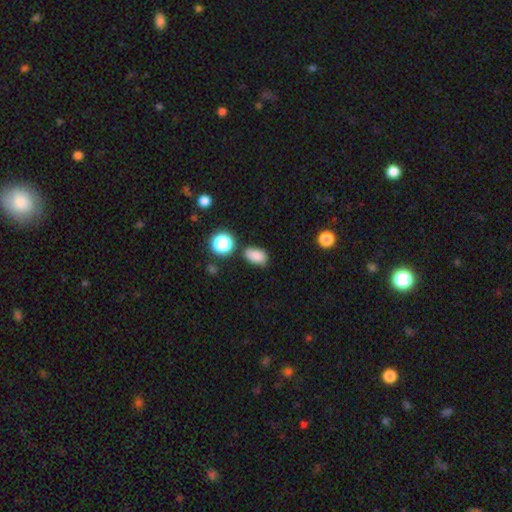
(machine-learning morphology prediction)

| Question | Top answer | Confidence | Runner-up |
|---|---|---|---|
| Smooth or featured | smooth | 83% | star or artifact (12%) |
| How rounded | in between | 84% | round (14%) |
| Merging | none | 76% | minor disturbance (16%) |